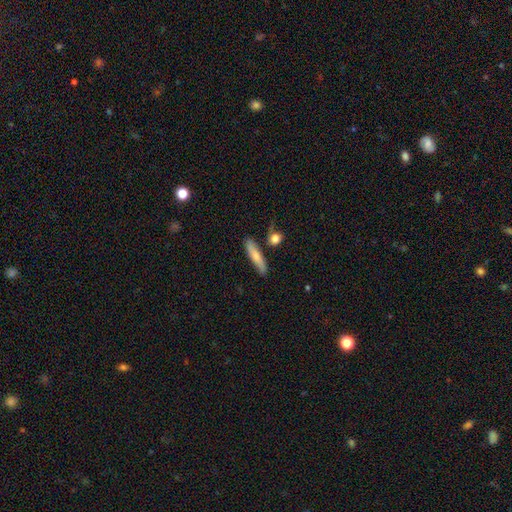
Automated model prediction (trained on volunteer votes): smooth 69%, featured or disk 25%, star or artifact 6%. Down the decision tree: how rounded — cigar-shaped (79%); merging — none (77%).